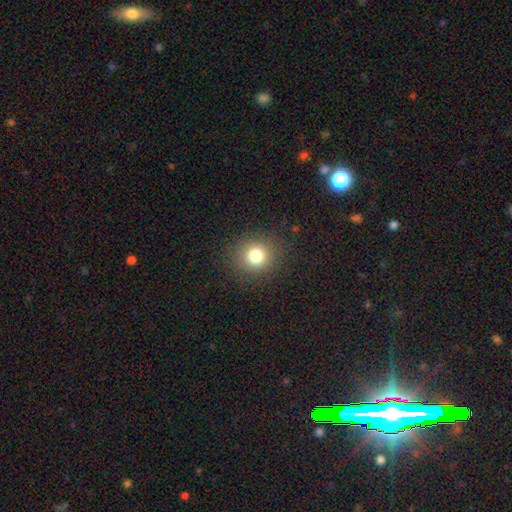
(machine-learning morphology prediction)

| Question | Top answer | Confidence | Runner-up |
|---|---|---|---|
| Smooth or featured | smooth | 80% | star or artifact (13%) |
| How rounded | round | 85% | in between (14%) |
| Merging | none | 88% | minor disturbance (7%) |